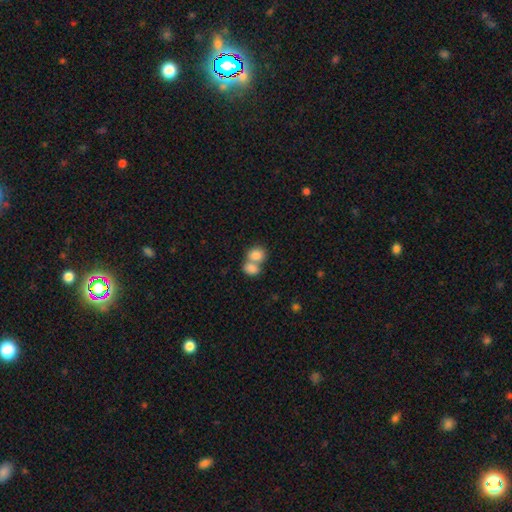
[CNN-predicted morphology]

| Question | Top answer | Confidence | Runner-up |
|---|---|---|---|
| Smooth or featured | smooth | 82% | featured or disk (10%) |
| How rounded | in between | 50% | round (49%) |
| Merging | merger | 65% | none (26%) |